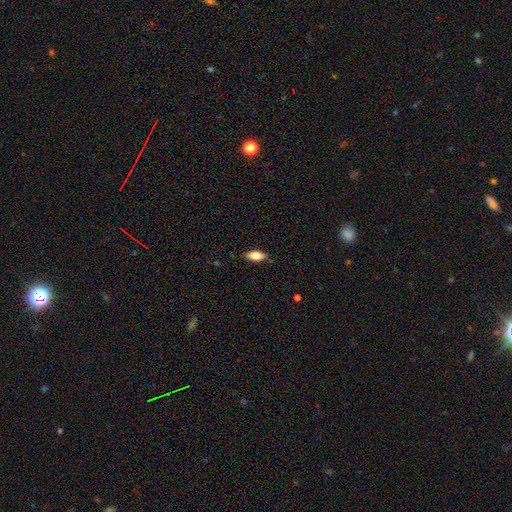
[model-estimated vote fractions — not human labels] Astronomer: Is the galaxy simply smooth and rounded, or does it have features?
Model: smooth — 77%.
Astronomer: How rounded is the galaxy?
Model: in between — 81%.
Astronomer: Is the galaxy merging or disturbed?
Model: none — 85%.